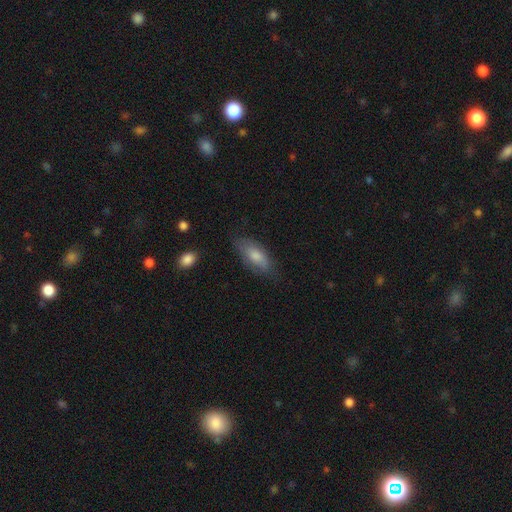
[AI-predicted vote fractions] Overall: smooth (70%). How rounded: in between (79%). Merging: none (73%).